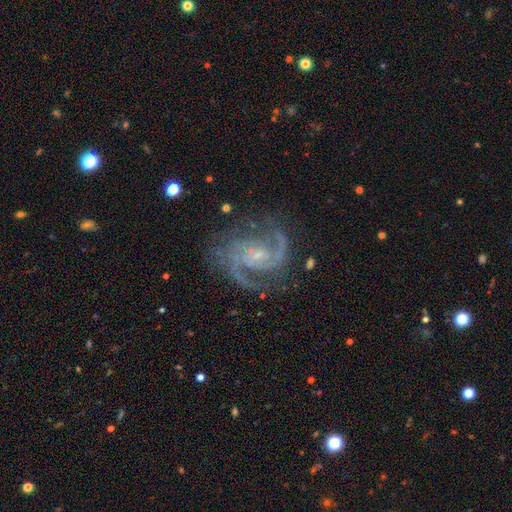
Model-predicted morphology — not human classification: Overall: featured or disk (91%). Edge-on disk: no (98%). Bar: no (51%; weak 39%). Spiral arms: yes (98%). Spiral arm count: 2 (67%). Spiral winding: medium (58%; tight 30%). Bulge size: small (75%). Merging: none (71%).